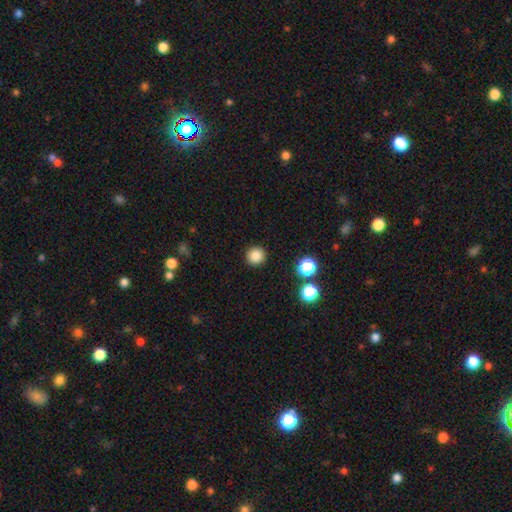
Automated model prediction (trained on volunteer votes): This appears to be a smooth galaxy with no disk features (84%) that is round (95%). Merging: none (92%).